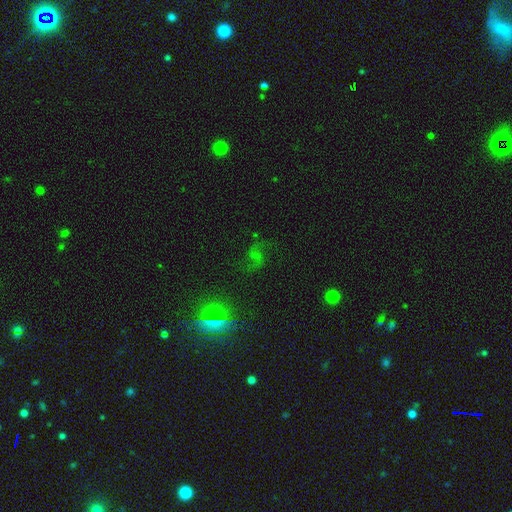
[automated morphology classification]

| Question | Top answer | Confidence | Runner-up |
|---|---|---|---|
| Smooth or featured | star or artifact | 43% | featured or disk (29%) |